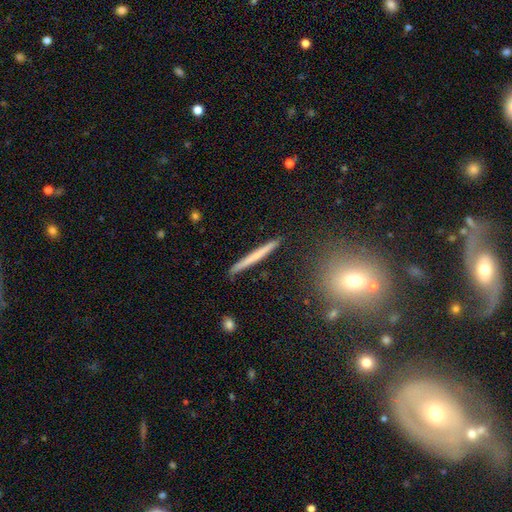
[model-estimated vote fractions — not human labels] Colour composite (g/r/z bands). It shows a smooth galaxy with no disk features (53%) that is cigar-shaped (96%). Merging: none (90%).